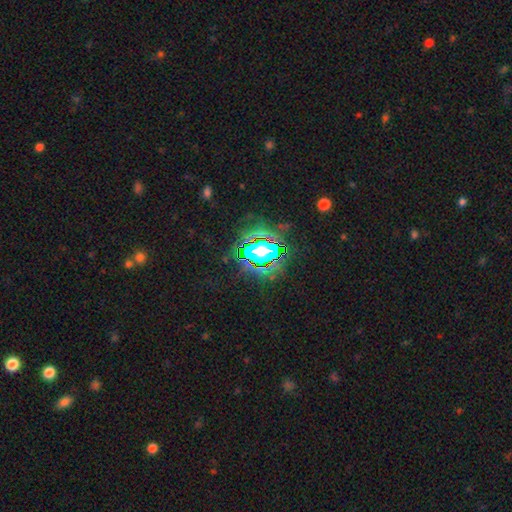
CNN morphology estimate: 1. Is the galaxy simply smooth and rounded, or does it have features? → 69% star or artifact, 17% smooth, 14% featured or disk.